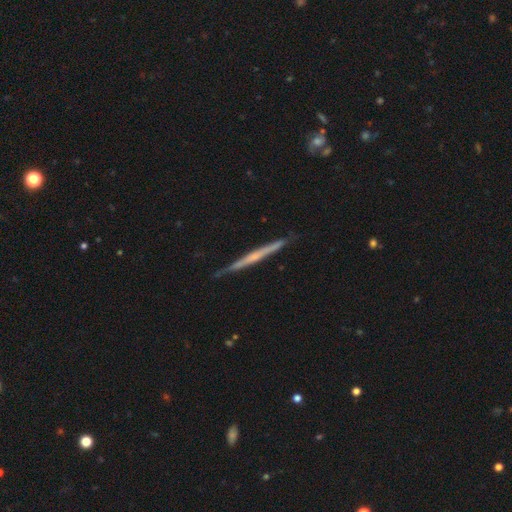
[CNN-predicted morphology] Q: Smooth or featured?
A: featured or disk (67%); runner-up: smooth (28%)
Q: Edge-on disk?
A: yes (97%); runner-up: no (3%)
Q: Edge-on bulge?
A: none (65%); runner-up: rounded (27%)
Q: Merging?
A: none (86%); runner-up: minor disturbance (11%)